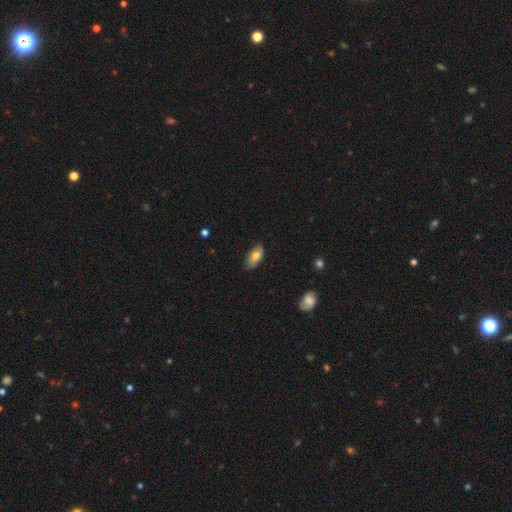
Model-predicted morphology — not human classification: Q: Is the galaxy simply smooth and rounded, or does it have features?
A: smooth — 76%.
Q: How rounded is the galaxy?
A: in between — 90%.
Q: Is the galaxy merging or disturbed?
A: none — 75%.